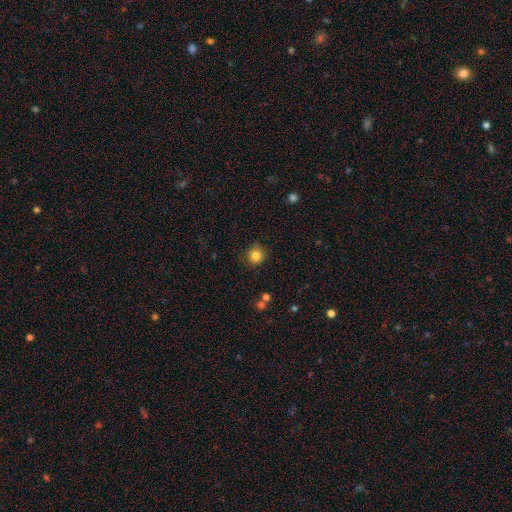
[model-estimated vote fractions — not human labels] Morphology: type=smooth (83%); roundness=round (92%); merging=none (83%).